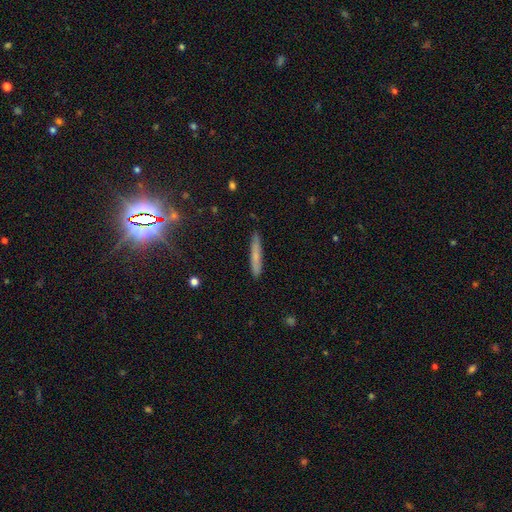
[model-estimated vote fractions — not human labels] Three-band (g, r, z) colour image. It shows a smooth galaxy with no disk features (66%) that is cigar-shaped (94%). Merging: none (88%).